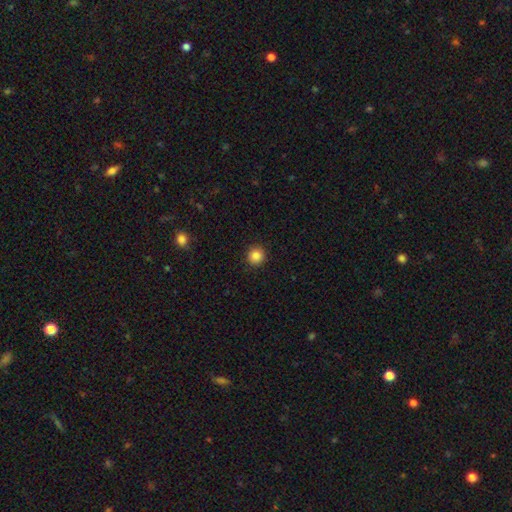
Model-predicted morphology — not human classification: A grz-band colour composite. It shows a smooth galaxy with no disk features (86%) that is round (95%). Merging: none (93%).